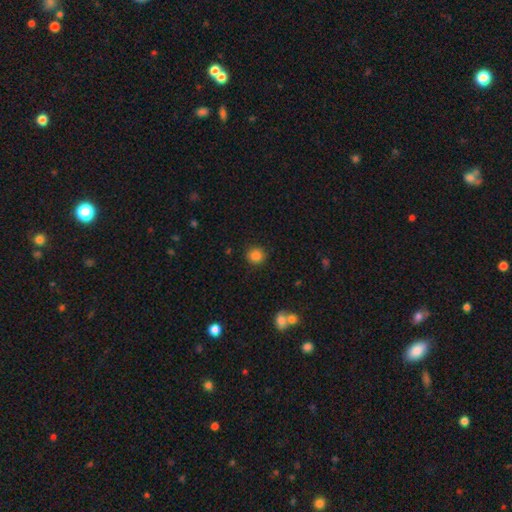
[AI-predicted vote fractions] This is clearly a smooth galaxy (85%). How rounded: clearly round (89%). Merging: clearly none (88%).